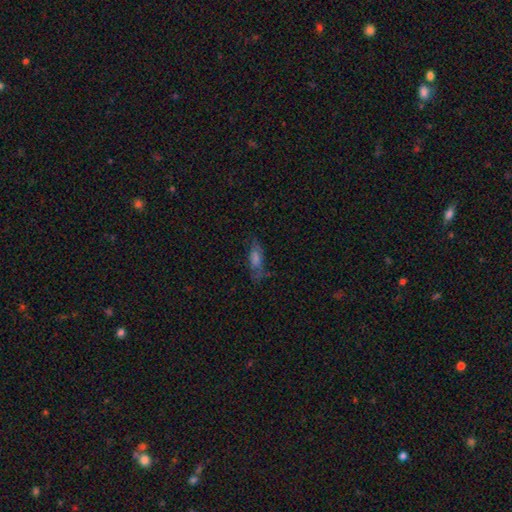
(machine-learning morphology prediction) smooth_or_featured: smooth (p=0.48) [alt: featured or disk p=0.33]
merging: none (p=0.65) [alt: minor disturbance p=0.21]